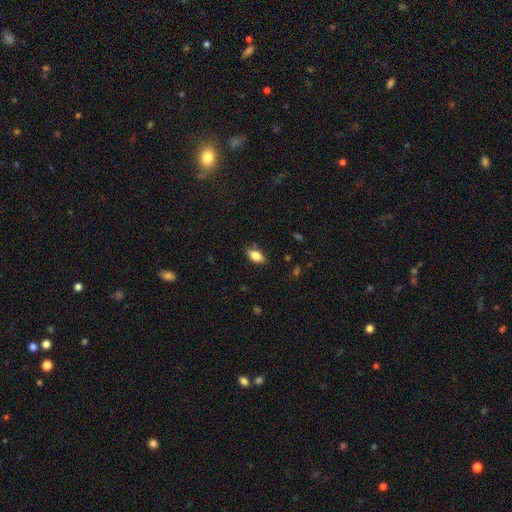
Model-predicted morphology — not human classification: Smooth or featured? Predicted: smooth (p=0.82). How rounded? Predicted: in between (p=0.90). Merging? Predicted: none (p=0.82).